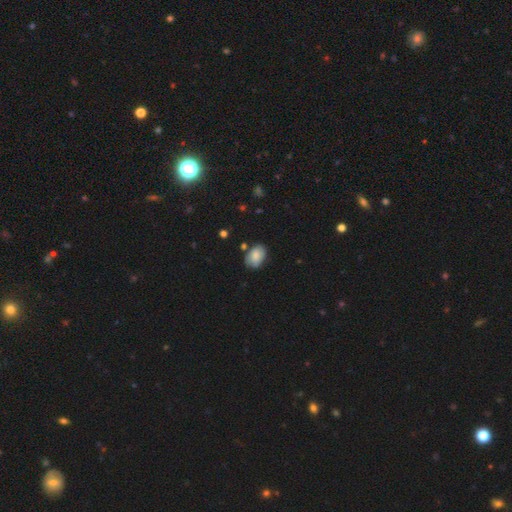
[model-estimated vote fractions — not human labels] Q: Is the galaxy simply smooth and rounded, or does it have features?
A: smooth — 81%.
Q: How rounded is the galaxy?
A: in between — 83%.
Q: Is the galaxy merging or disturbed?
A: none — 69%.